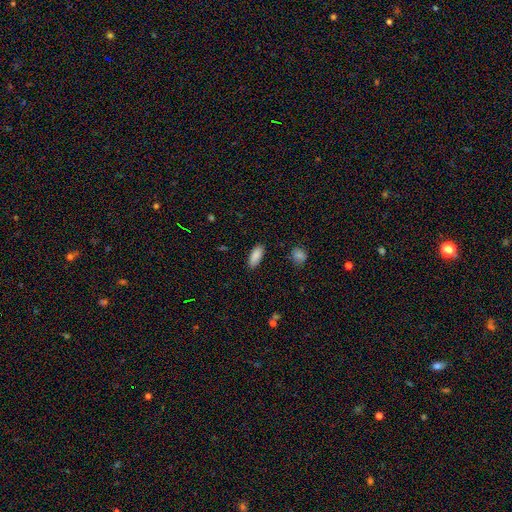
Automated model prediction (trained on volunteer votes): smooth_or_featured: smooth (p=0.88) [alt: star or artifact p=0.07]
how_rounded: in between (p=0.84) [alt: cigar-shaped p=0.14]
merging: none (p=0.86) [alt: minor disturbance p=0.10]